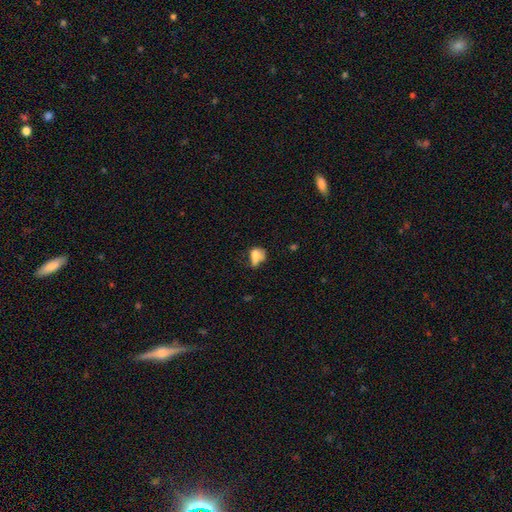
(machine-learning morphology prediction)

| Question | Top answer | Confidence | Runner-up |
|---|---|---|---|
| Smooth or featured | smooth | 68% | featured or disk (20%) |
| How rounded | in between | 72% | round (21%) |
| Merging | none | 30% | major disturbance (29%) |